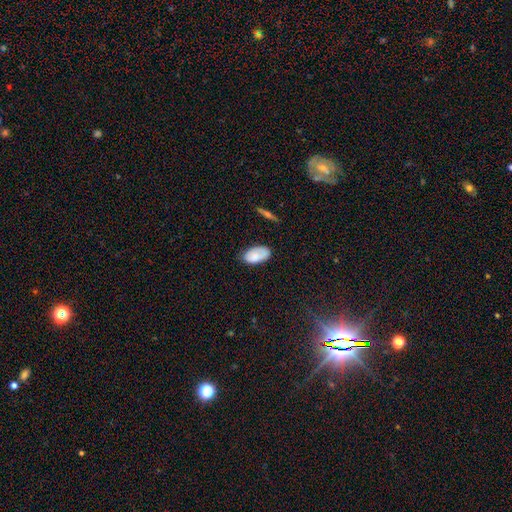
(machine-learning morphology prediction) Q: Smooth or featured?
A: smooth (79%); runner-up: featured or disk (14%)
Q: How rounded?
A: in between (95%); runner-up: round (3%)
Q: Merging?
A: none (68%); runner-up: minor disturbance (25%)